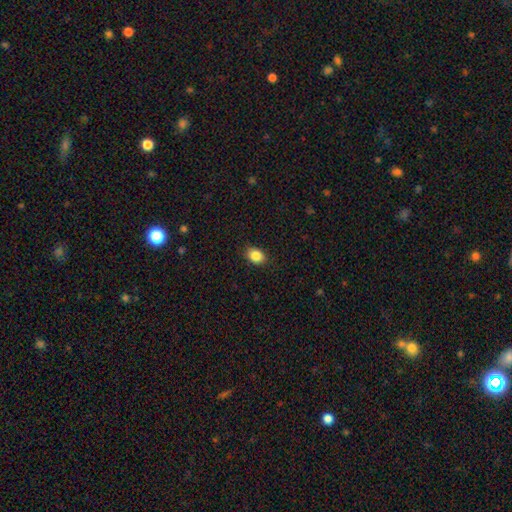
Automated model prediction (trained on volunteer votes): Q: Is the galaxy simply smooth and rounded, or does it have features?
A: smooth — 86%.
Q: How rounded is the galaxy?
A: in between — 68%.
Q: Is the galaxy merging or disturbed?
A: none — 88%.